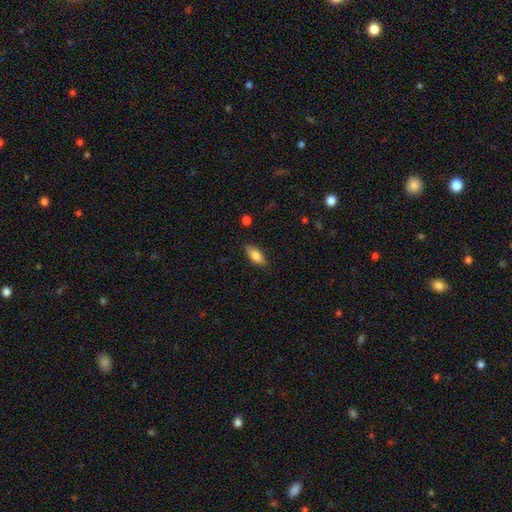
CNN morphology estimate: Smooth or featured? smooth (76%)
How rounded? in between (75%)
Merging? none (85%)